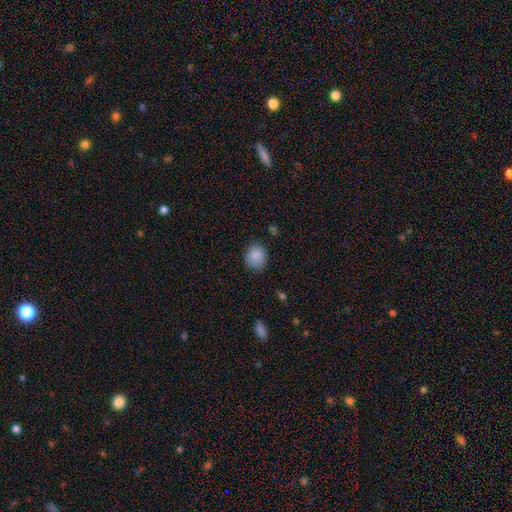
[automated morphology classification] smooth-or-featured: smooth: 87% | star or artifact: 8% | featured or disk: 4%
  how-rounded: round: 70% | in between: 29% | cigar-shaped: 1%
  merging: none: 78% | minor disturbance: 17% | major disturbance: 4% | merger: 2%